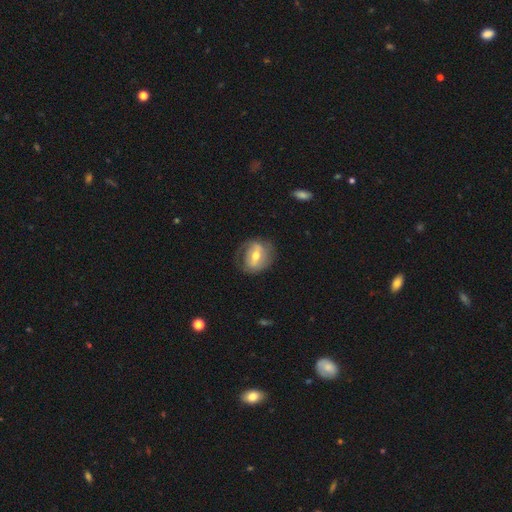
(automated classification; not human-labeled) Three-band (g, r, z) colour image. It shows a featured or disk galaxy (58%) with a strong bar (40%, tied with weak), spiral arms (57%) and a moderate central bulge (70%). Merging: none (66%).